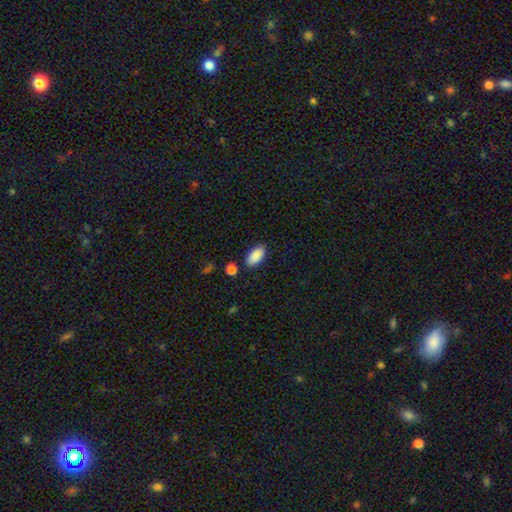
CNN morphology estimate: Overall: smooth (89%). How rounded: in between (93%). Merging: none (83%).